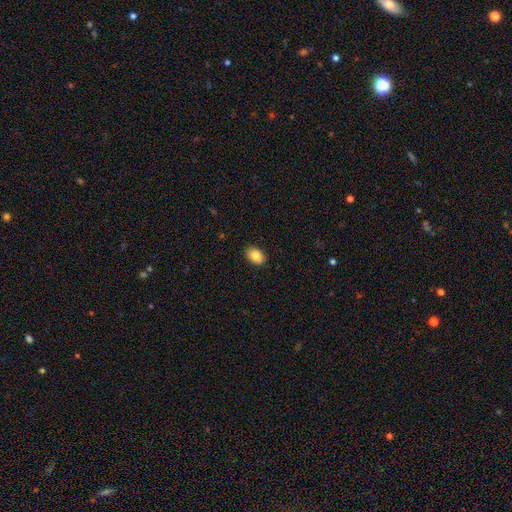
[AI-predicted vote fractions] Smooth or featured? smooth (84%)
How rounded? in between (85%)
Merging? none (89%)